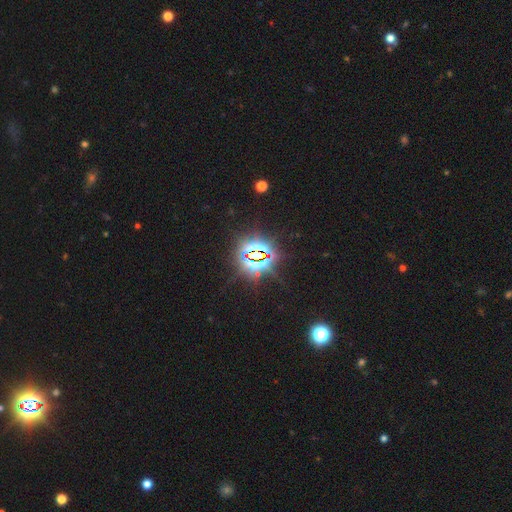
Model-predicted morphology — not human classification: This is clearly a star or artifact rather than a galaxy (83%).